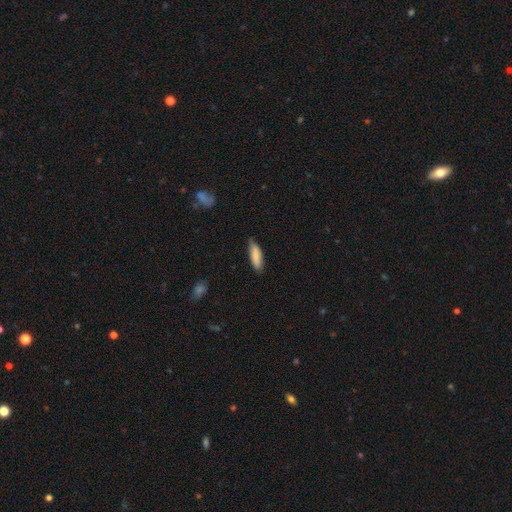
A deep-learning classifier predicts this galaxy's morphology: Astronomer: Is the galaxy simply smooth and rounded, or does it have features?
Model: smooth — 86%.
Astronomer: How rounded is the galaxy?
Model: cigar-shaped — 51% (runner-up: in between, 48%).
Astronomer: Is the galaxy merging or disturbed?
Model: none — 75%.